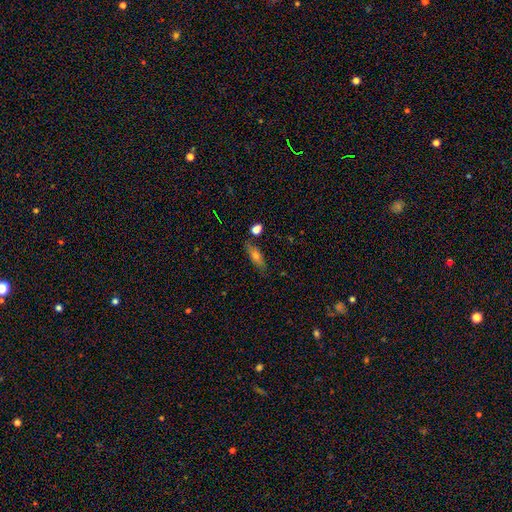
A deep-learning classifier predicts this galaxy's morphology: Smooth or featured? Predicted: smooth (p=0.56). How rounded? Predicted: in between (p=0.54). Merging? Predicted: none (p=0.79).